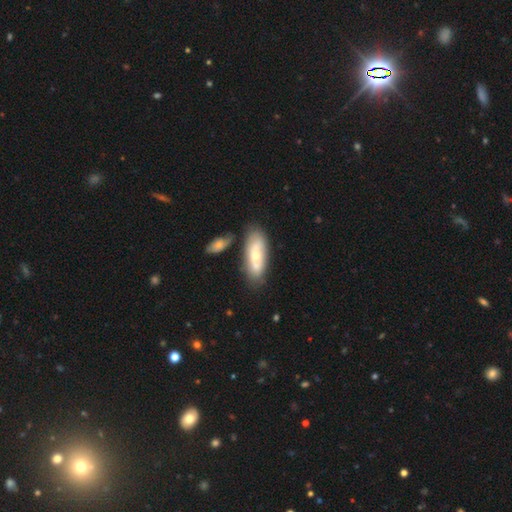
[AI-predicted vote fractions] The model was most divided on "smooth or featured": smooth: 48%, featured or disk: 46%, star or artifact: 6%. More confident: merging — none (61%).